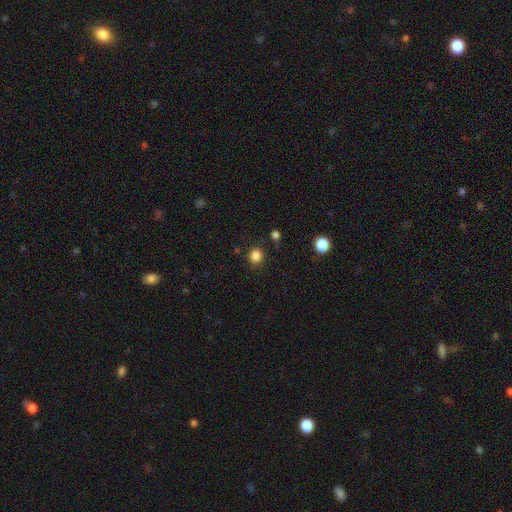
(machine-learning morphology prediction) This is clearly a smooth galaxy (84%). How rounded: clearly round (82%). Merging: clearly none (87%).